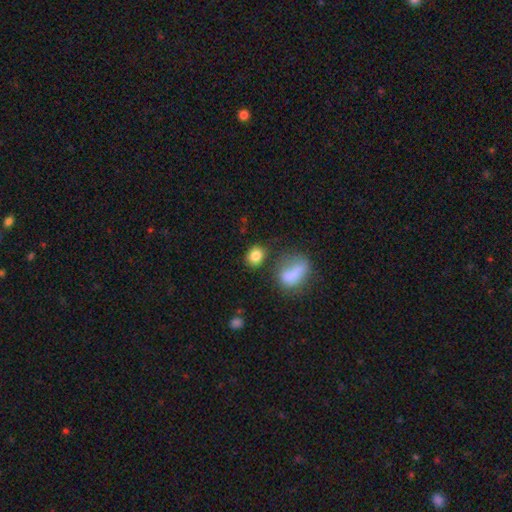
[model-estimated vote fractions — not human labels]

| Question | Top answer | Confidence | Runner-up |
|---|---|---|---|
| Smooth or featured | smooth | 84% | star or artifact (10%) |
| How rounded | round | 52% | in between (46%) |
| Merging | none | 69% | minor disturbance (14%) |